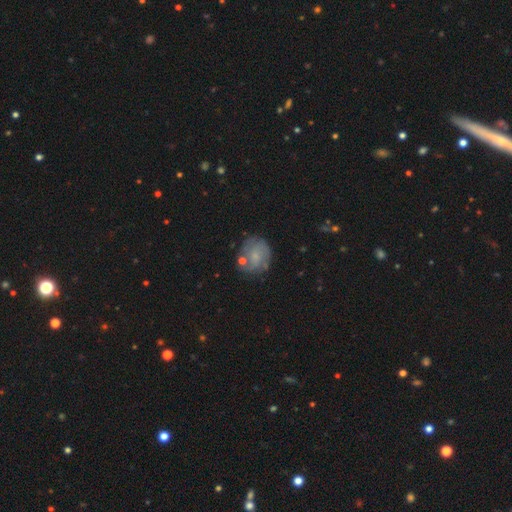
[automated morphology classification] A smooth galaxy with no disk features (46%).

Vote fractions:
- Smooth or featured? smooth: 46% / featured or disk: 45% / star or artifact: 9%
- Merging? none: 66% / minor disturbance: 19% / major disturbance: 7% / merger: 7%